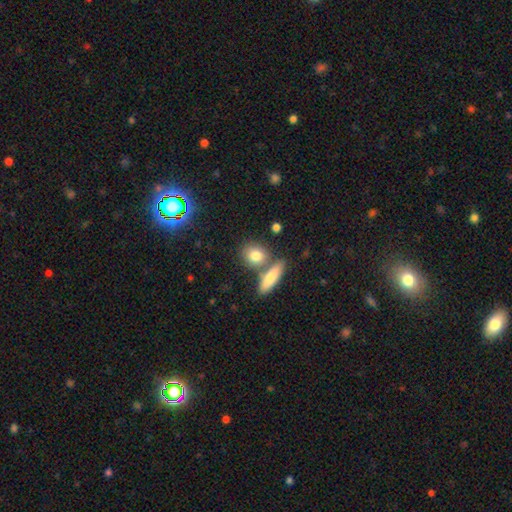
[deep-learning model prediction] The model was most divided on "how rounded": round: 55%, in between: 37%, cigar-shaped: 8%. More confident: smooth or featured — smooth (80%); merging — none (62%).